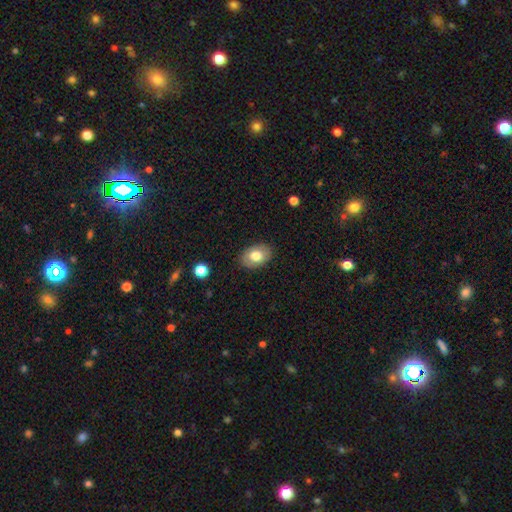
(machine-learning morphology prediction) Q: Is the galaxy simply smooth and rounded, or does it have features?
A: smooth — 75%.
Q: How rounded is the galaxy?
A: in between — 81%.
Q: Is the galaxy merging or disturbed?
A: none — 86%.